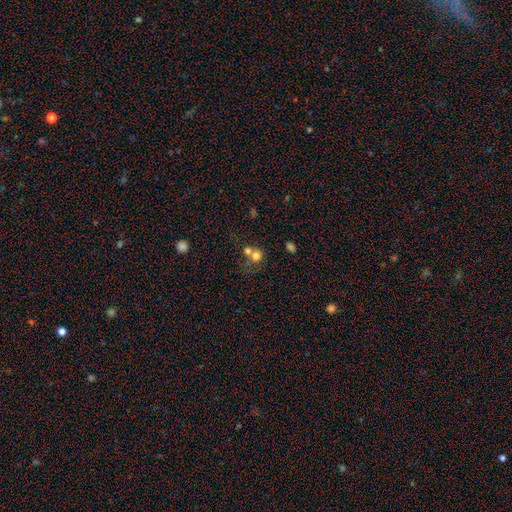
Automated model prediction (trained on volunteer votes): This appears to be a smooth galaxy with no disk features (71%) that is round (81%). Merging: merger (52%).